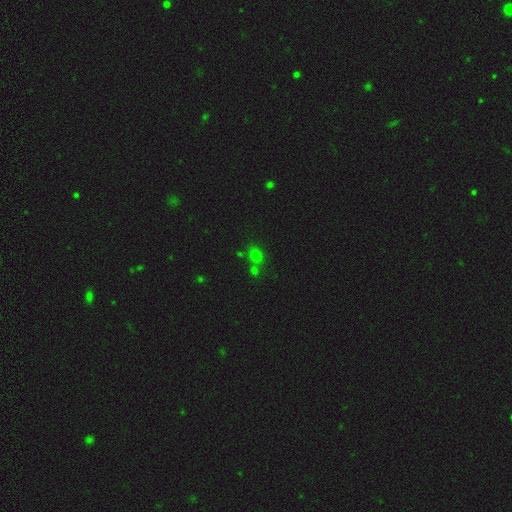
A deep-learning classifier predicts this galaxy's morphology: This is likely a smooth galaxy (64%). How rounded: likely round (71%). Merging: likely none (63%).